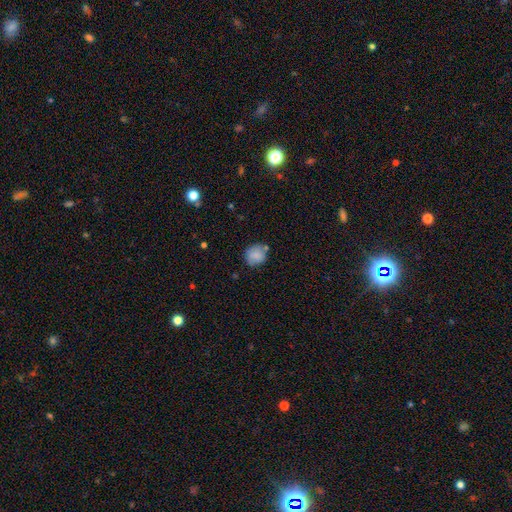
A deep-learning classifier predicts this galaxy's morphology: smooth_or_featured: smooth (p=0.82) [alt: featured or disk p=0.09]
how_rounded: round (p=0.76) [alt: in between p=0.23]
merging: none (p=0.67) [alt: minor disturbance p=0.20]